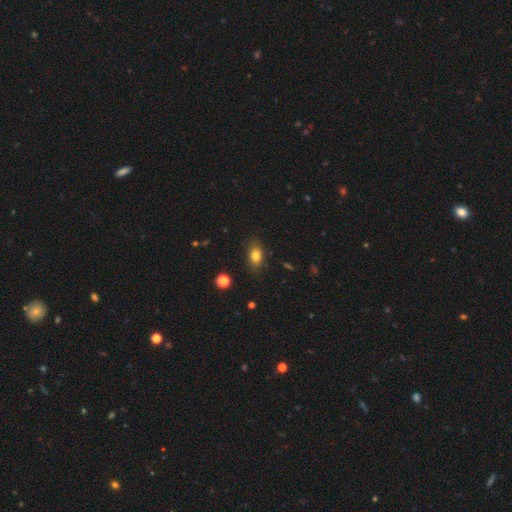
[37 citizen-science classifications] smooth 78%, featured or disk 16%, star or artifact 5%. Down the decision tree: how rounded — in between (83%); merging — none (83%).